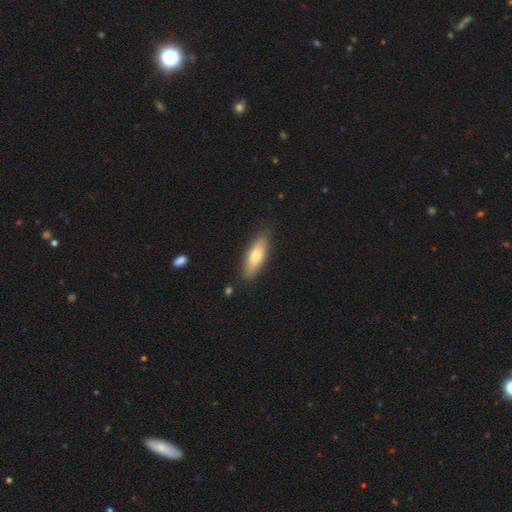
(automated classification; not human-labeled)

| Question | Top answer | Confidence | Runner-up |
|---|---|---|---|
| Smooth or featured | smooth | 71% | featured or disk (23%) |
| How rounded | in between | 49% | tied: cigar-shaped (49%) |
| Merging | none | 86% | minor disturbance (10%) |